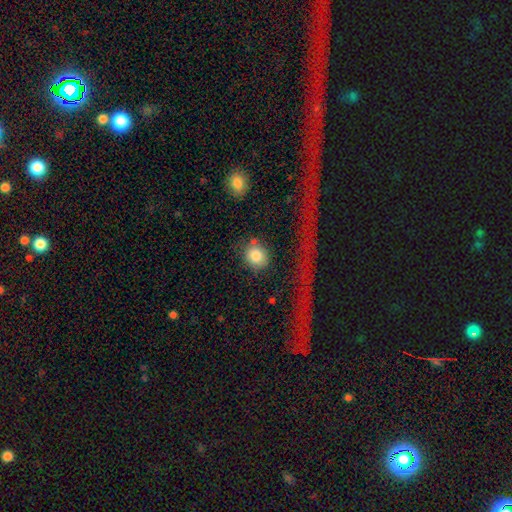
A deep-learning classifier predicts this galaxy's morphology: Overall: smooth (81%). How rounded: round (82%). Merging: none (68%).